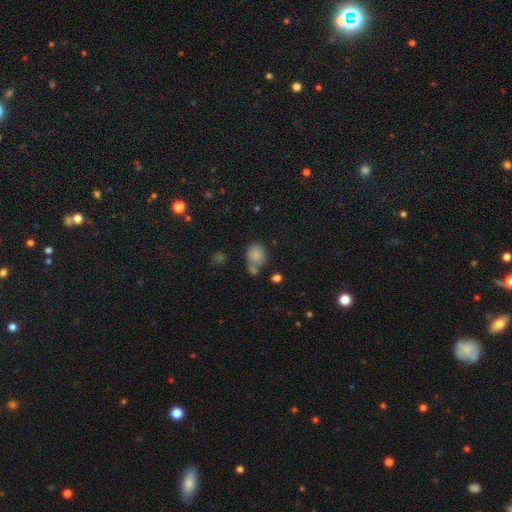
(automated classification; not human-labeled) This appears to be a smooth galaxy with no disk features (82%) that is round (55%). Merging: none (52%).